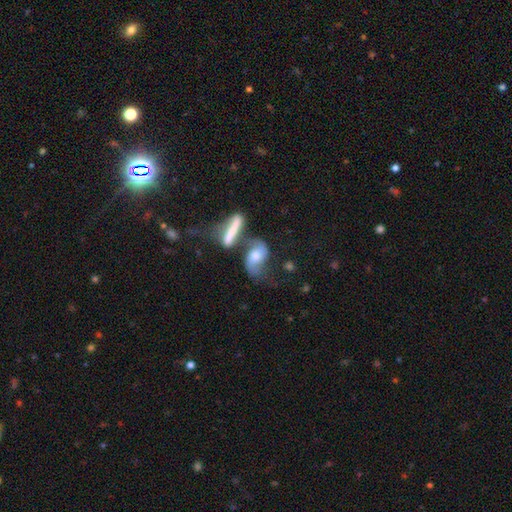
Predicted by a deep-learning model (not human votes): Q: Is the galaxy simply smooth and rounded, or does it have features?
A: featured or disk — 57%.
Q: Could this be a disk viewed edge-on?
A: no — 87%.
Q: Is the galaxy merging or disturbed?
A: merger — 37%.